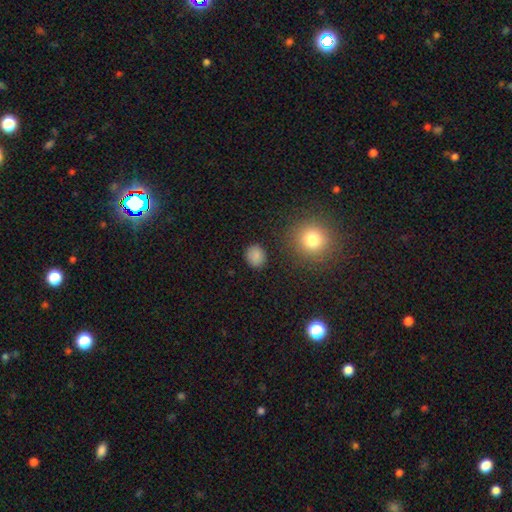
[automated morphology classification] smooth_or_featured: smooth (p=0.84) [alt: star or artifact p=0.11]
how_rounded: round (p=0.76) [alt: in between p=0.23]
merging: none (p=0.85) [alt: minor disturbance p=0.10]